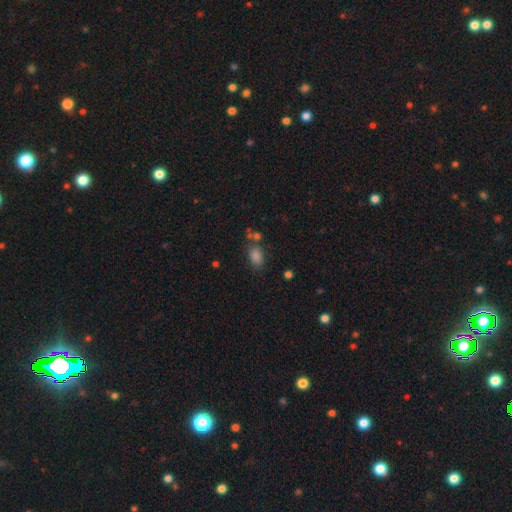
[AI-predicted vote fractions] A smooth galaxy with no disk features (80%) that is in between round and cigar-shaped (85%).

Vote fractions:
- Smooth or featured? smooth: 80% / star or artifact: 14% / featured or disk: 6%
- How rounded? in between: 85% / round: 13% / cigar-shaped: 2%
- Merging? none: 66% / minor disturbance: 15% / merger: 14% / major disturbance: 5%